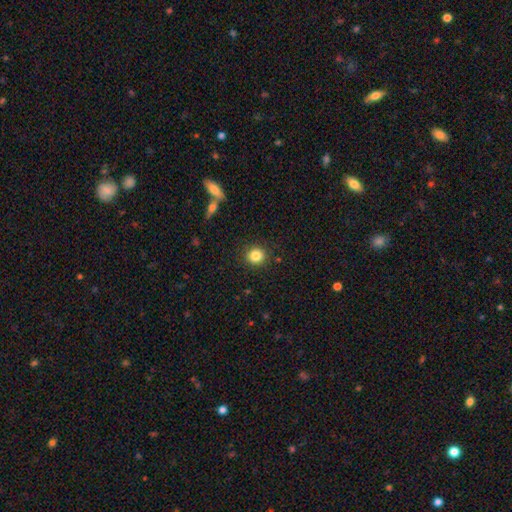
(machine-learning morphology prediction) This appears to be a smooth galaxy with no disk features (84%) that is round (88%). Merging: none (90%).